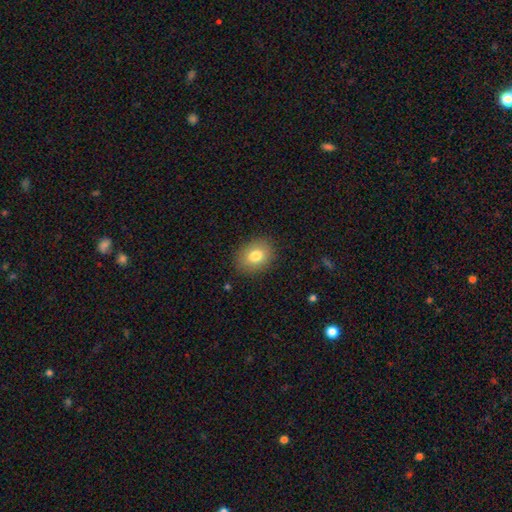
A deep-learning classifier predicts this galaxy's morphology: smooth-or-featured: smooth: 80% | featured or disk: 11% | star or artifact: 9%
  how-rounded: in between: 59% | round: 40% | cigar-shaped: 1%
  merging: none: 87% | minor disturbance: 9% | major disturbance: 3% | merger: 1%